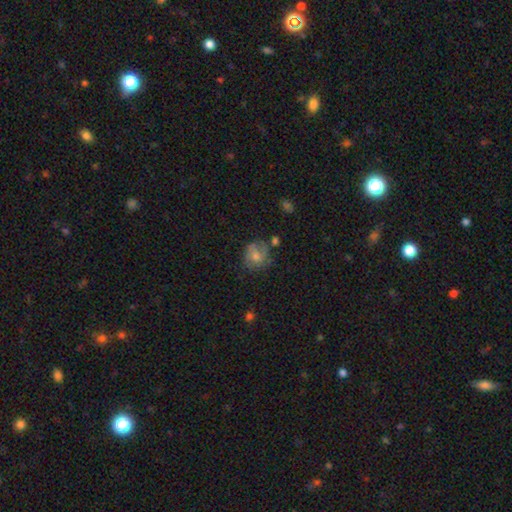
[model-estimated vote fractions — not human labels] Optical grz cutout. It shows a smooth galaxy with no disk features (52%) that is round (77%). Merging: none (63%).